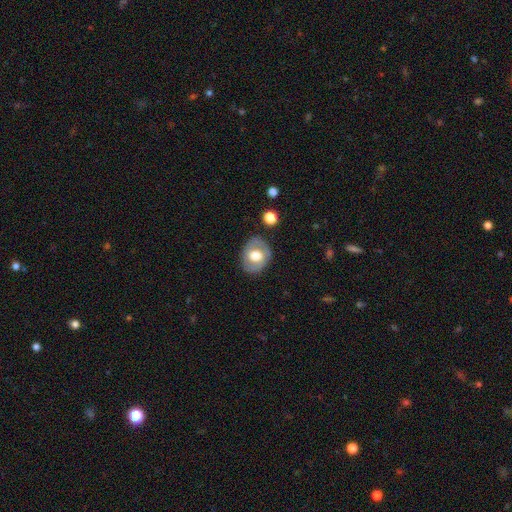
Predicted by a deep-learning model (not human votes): smooth 51%, featured or disk 42%, star or artifact 7%. Down the decision tree: how rounded — round (53%); merging — none (80%).